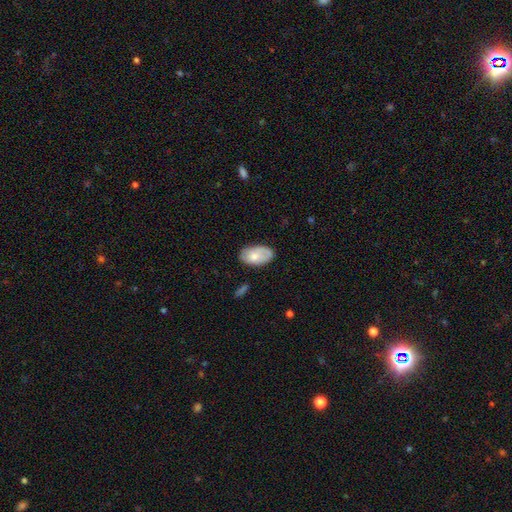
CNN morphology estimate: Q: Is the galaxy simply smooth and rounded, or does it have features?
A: smooth — 69%.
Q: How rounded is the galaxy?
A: in between — 93%.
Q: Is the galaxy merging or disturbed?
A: none — 70%.